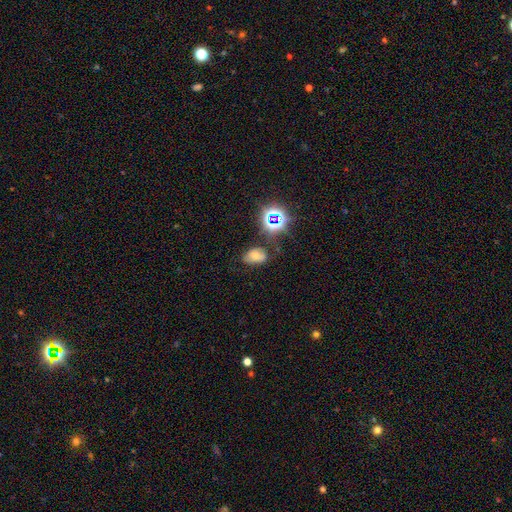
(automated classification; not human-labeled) smooth 55%, star or artifact 25%, featured or disk 20%. Down the decision tree: how rounded — in between (82%); merging — none (65%).